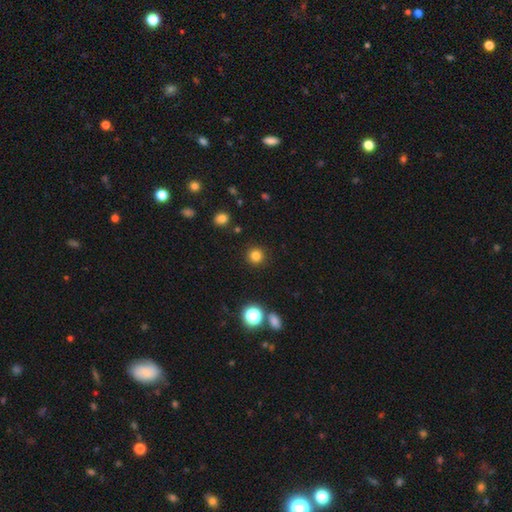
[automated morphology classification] smooth_or_featured: smooth (p=0.81) [alt: star or artifact p=0.14]
how_rounded: round (p=0.94) [alt: in between p=0.05]
merging: none (p=0.91) [alt: minor disturbance p=0.05]